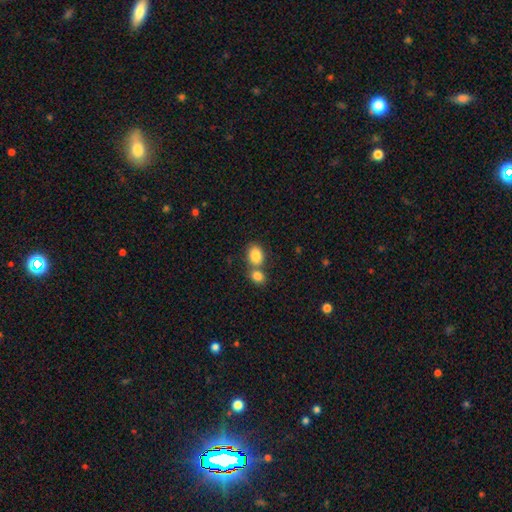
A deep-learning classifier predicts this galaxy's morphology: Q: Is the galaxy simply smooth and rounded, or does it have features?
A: smooth — 85%.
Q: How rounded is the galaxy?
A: in between — 62%.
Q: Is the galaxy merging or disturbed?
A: merger — 45%.